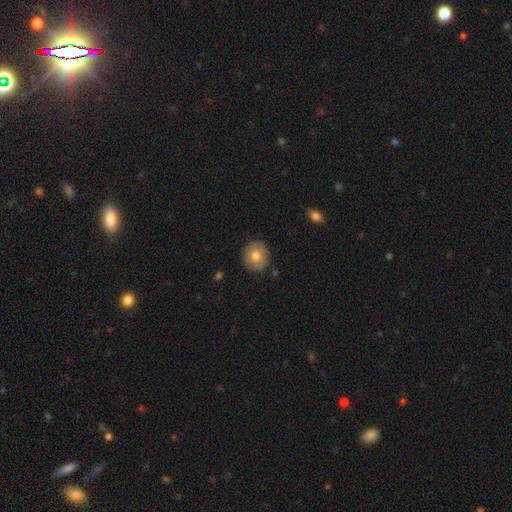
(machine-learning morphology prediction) This is likely a smooth galaxy (72%). How rounded: clearly round (85%). Merging: clearly none (87%).